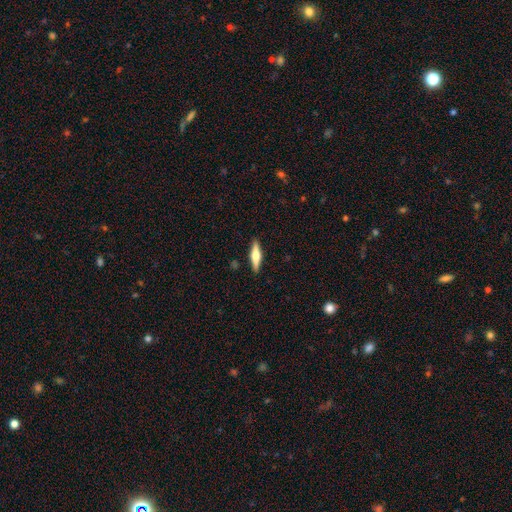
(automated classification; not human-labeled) Morphology: type=smooth (53%); roundness=cigar-shaped (70%); merging=none (89%).